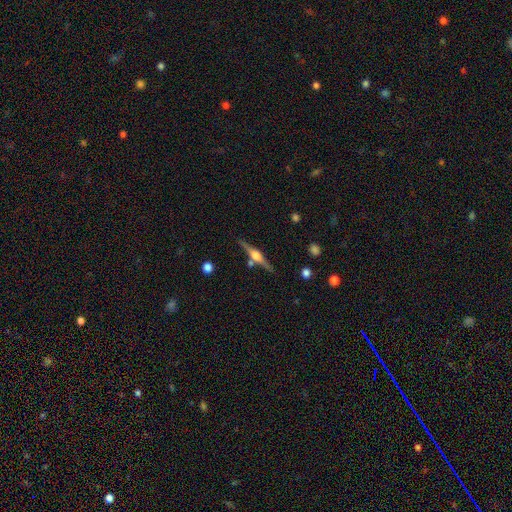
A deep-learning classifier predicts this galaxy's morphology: The model was most divided on "smooth or featured": featured or disk: 82%, smooth: 12%, star or artifact: 6%. More confident: edge-on disk — yes (98%); edge-on bulge — rounded (89%); merging — none (82%).